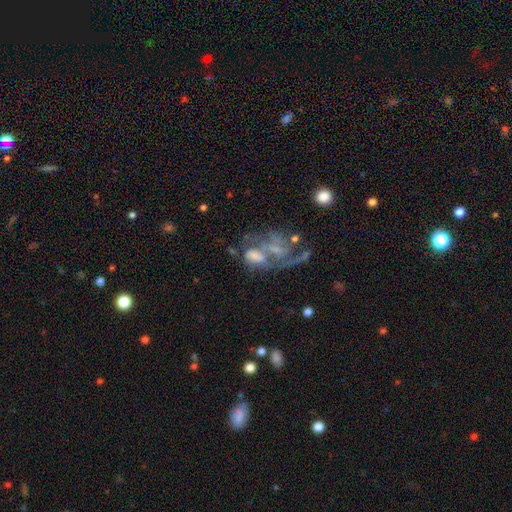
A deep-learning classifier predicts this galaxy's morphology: This appears to be a featured or disk galaxy (66%) with no bar (61%), spiral arms (59%) and no central bulge (42%). Merging: merger (34%).